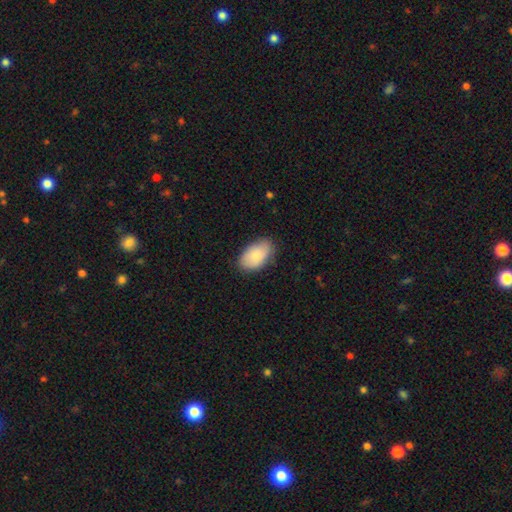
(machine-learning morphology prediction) A smooth galaxy with no disk features (84%) that is in between round and cigar-shaped (94%). Merging: none (79%).